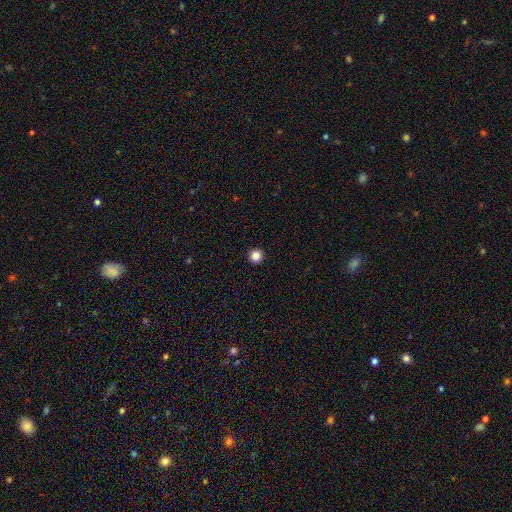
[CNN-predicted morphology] This appears to be a smooth galaxy with no disk features (85%) that is round (96%). Merging: none (94%).